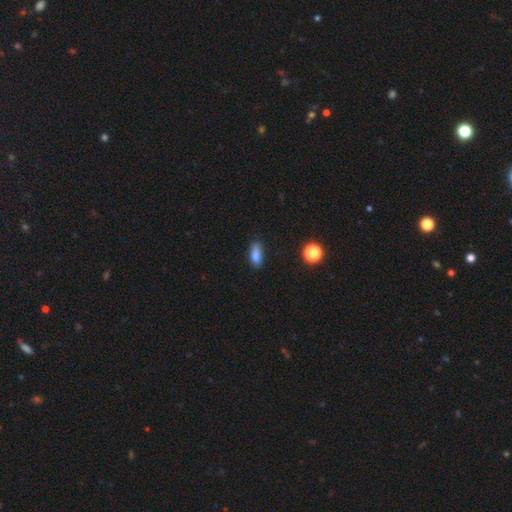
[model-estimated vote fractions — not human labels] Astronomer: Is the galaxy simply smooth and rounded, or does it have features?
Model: smooth — 79%.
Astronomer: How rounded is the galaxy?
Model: in between — 73%.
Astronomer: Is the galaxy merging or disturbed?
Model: none — 73%.